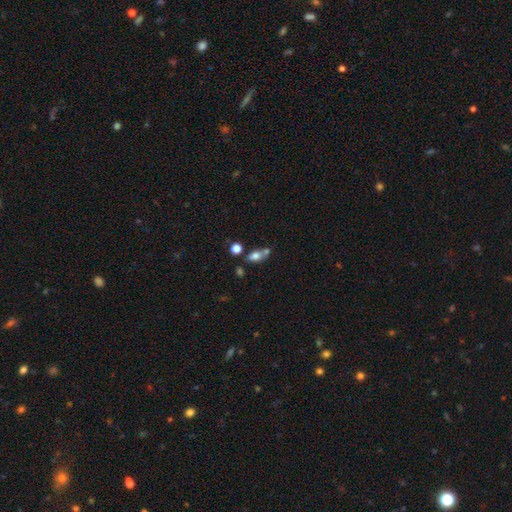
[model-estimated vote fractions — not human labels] The model was most divided on "merging": none: 43%, merger: 36%, minor disturbance: 14%, major disturbance: 7%. More confident: how rounded — in between (74%); smooth or featured — smooth (72%).